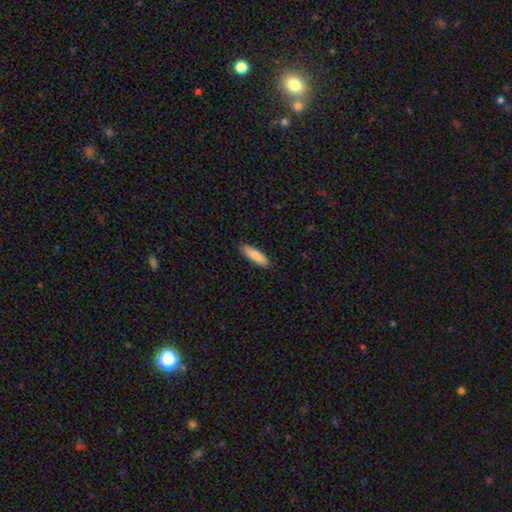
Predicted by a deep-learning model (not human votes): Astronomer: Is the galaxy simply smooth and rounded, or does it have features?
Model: smooth — 86%.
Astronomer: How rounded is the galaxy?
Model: cigar-shaped — 62%.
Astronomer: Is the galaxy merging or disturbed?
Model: none — 89%.